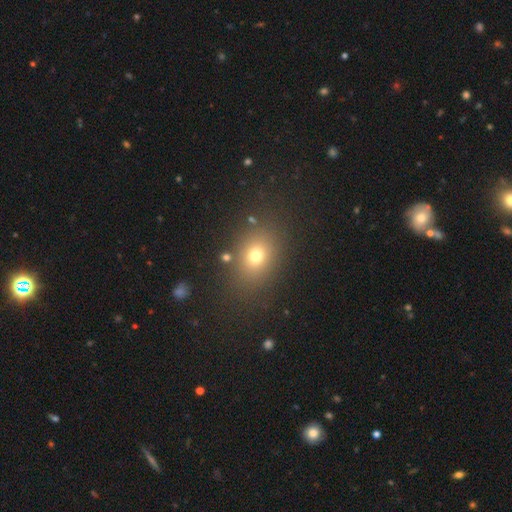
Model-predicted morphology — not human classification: A smooth galaxy with no disk features (71%) that is in between round and cigar-shaped (56%). Merging: none (82%).